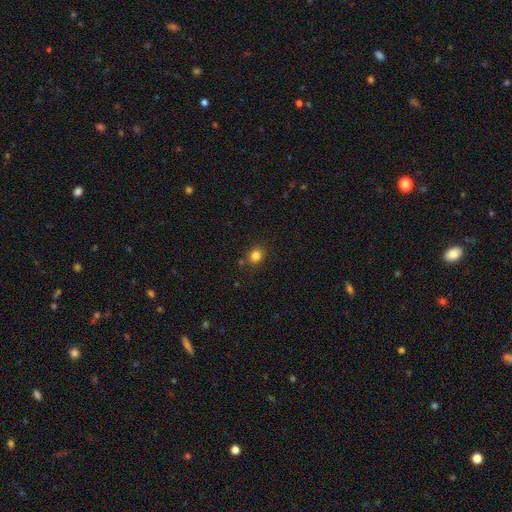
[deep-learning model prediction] A smooth galaxy with no disk features (82%) that is round (76%).

Vote fractions:
- Smooth or featured? smooth: 82% / star or artifact: 13% / featured or disk: 5%
- How rounded? round: 76% / in between: 23% / cigar-shaped: 1%
- Merging? none: 84% / minor disturbance: 9% / merger: 4% / major disturbance: 3%